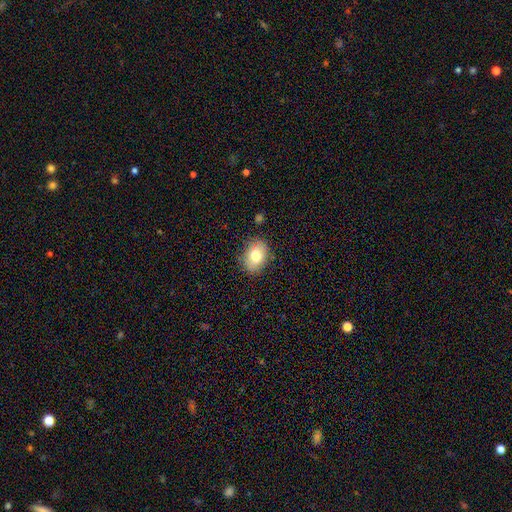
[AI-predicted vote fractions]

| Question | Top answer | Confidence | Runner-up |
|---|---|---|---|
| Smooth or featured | smooth | 75% | featured or disk (17%) |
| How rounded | in between | 76% | round (23%) |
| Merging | none | 81% | minor disturbance (14%) |